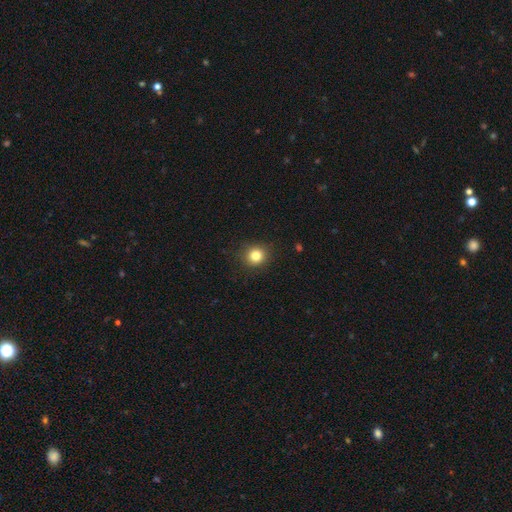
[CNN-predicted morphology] Smooth or featured: smooth — 82% (star or artifact — 12%)
How rounded: round — 87% (in between — 12%)
Merging: none — 89% (minor disturbance — 8%)